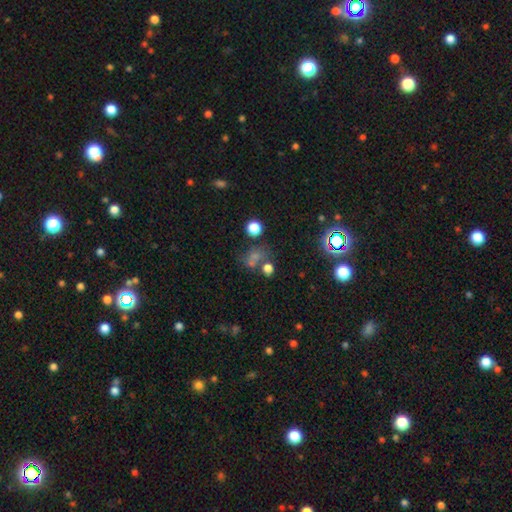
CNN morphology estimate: star or artifact 47%, smooth 40%, featured or disk 12%.